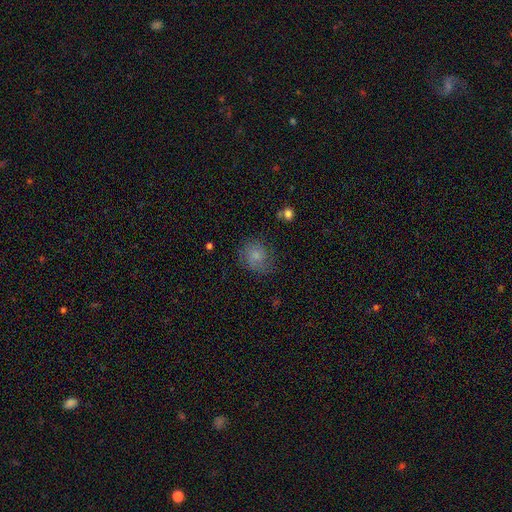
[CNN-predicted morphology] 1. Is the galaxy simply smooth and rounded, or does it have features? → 72% smooth, 18% featured or disk, 11% star or artifact.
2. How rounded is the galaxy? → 72% round, 27% in between, 1% cigar-shaped.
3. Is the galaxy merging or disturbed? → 65% none, 24% minor disturbance, 10% major disturbance, 2% merger.